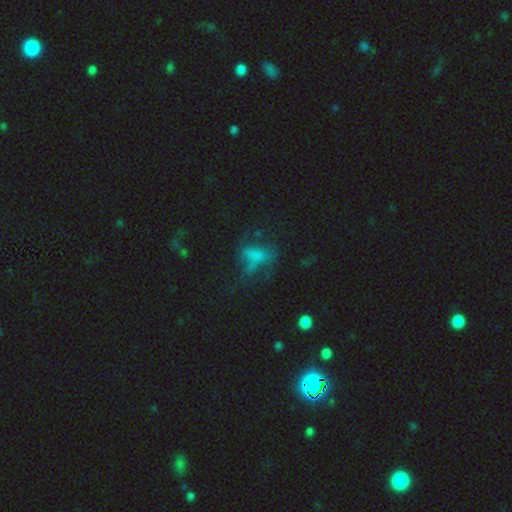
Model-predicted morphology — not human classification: This appears to be a smooth galaxy with no disk features (42%). Merging: major disturbance (40%).